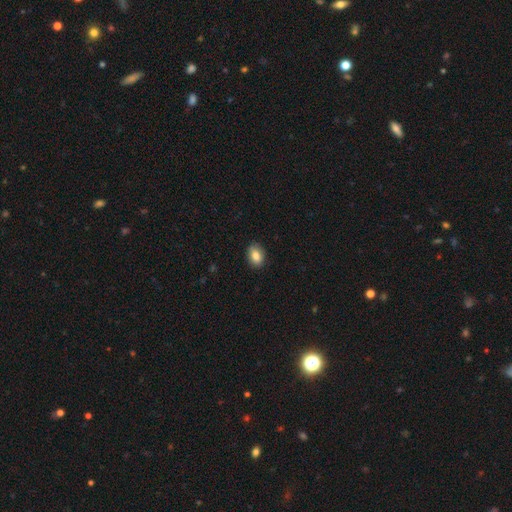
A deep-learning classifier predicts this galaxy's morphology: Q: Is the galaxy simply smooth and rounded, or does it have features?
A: smooth — 85%.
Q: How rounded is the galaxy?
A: in between — 75%.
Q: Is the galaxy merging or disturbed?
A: none — 86%.